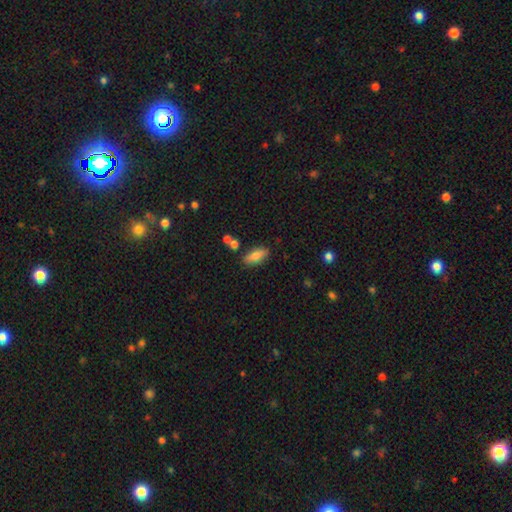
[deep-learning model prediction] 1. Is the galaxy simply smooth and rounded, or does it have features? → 76% smooth, 17% featured or disk, 8% star or artifact.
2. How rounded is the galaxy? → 75% in between, 22% cigar-shaped, 3% round.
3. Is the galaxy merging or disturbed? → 80% none, 12% minor disturbance, 5% merger, 3% major disturbance.